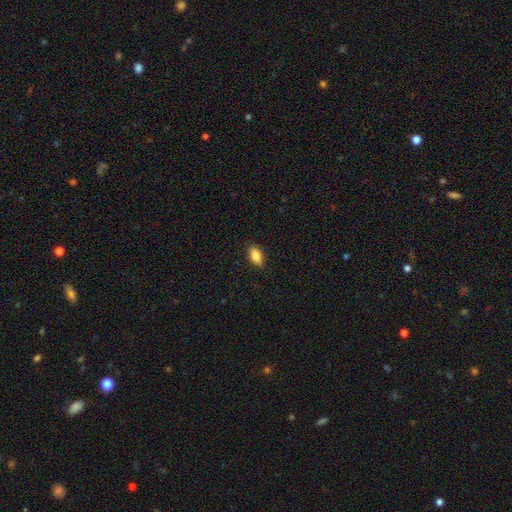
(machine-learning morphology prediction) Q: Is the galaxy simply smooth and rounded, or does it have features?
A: smooth — 84%.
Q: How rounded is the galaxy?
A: in between — 89%.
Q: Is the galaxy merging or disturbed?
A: none — 86%.